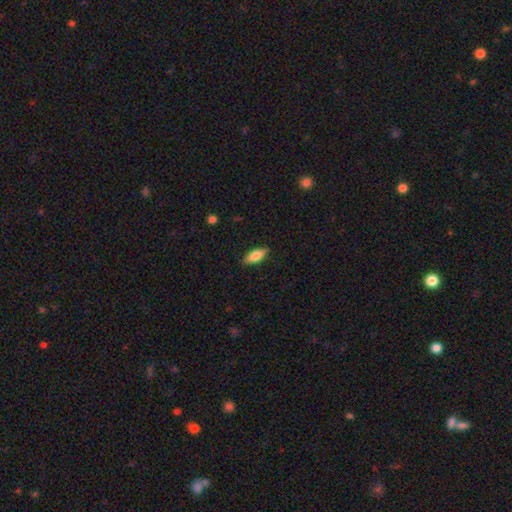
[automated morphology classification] The model was most divided on "how rounded": in between: 69%, cigar-shaped: 29%, round: 2%. More confident: merging — none (86%); smooth or featured — smooth (74%).